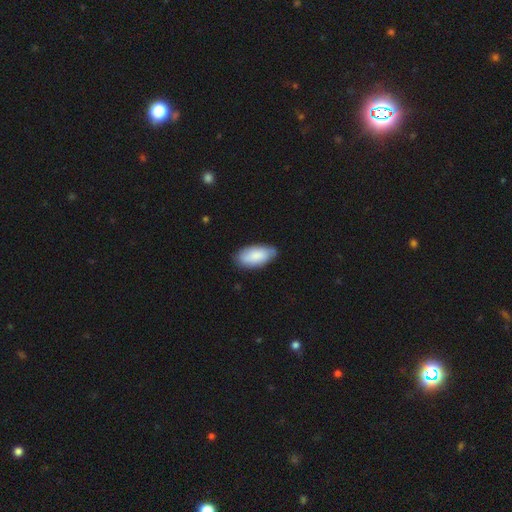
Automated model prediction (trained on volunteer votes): smooth-or-featured: smooth: 80% | featured or disk: 14% | star or artifact: 6%
  how-rounded: in between: 93% | cigar-shaped: 5% | round: 2%
  merging: none: 74% | minor disturbance: 21% | major disturbance: 3% | merger: 2%